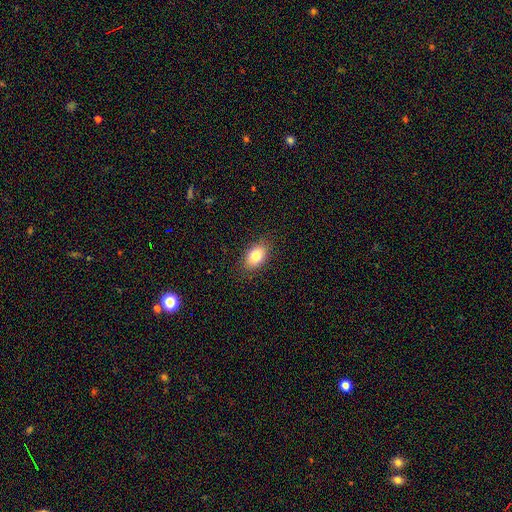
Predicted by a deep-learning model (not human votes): Smooth or featured? smooth (81%)
How rounded? in between (88%)
Merging? none (86%)